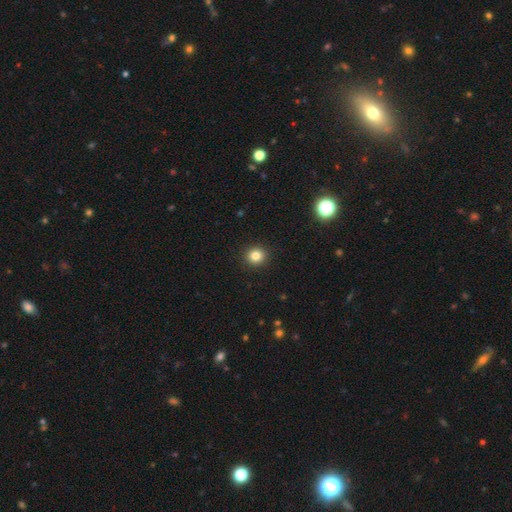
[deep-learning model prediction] Smooth or featured? smooth (83%)
How rounded? round (92%)
Merging? none (92%)